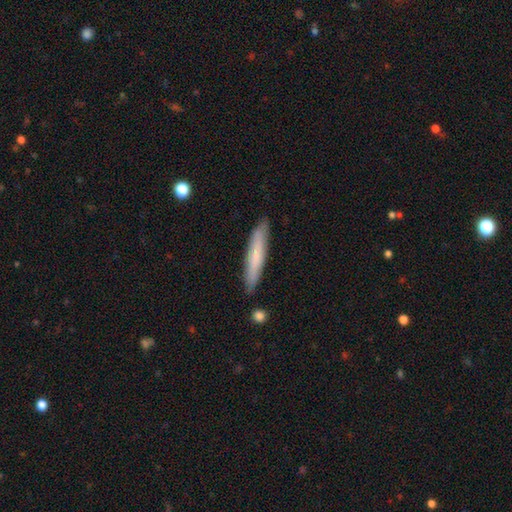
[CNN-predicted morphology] smooth-or-featured: smooth: 67% | featured or disk: 27% | star or artifact: 6%
  how-rounded: cigar-shaped: 93% | in between: 6% | round: 1%
  merging: none: 86% | minor disturbance: 10% | merger: 2% | major disturbance: 2%